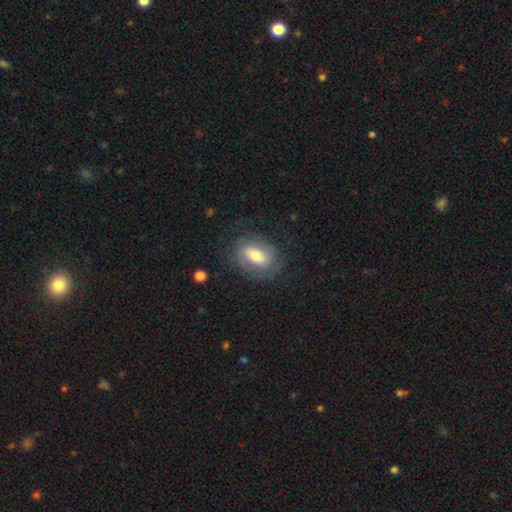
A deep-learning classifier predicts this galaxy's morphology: Overall: smooth (55%; featured or disk 37%). How rounded: in between (77%). Merging: none (72%).